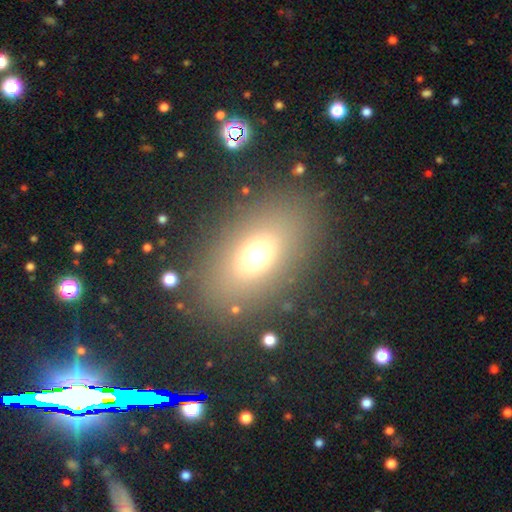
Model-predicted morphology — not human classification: A smooth galaxy with no disk features (66%) that is in between round and cigar-shaped (76%).

Vote fractions:
- Smooth or featured? smooth: 66% / star or artifact: 17% / featured or disk: 17%
- How rounded? in between: 76% / round: 21% / cigar-shaped: 3%
- Merging? none: 84% / minor disturbance: 8% / major disturbance: 6% / merger: 2%